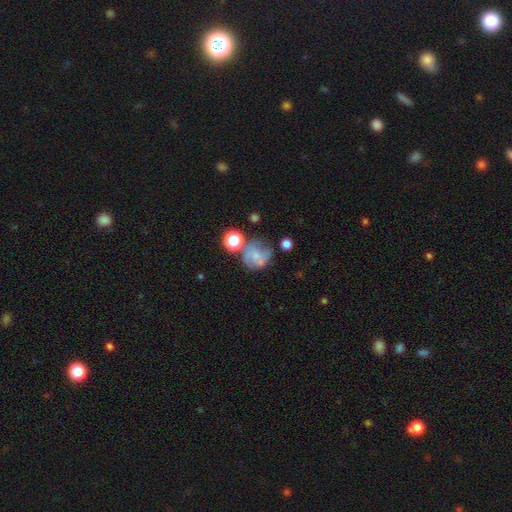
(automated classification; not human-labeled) smooth-or-featured: smooth: 48% | featured or disk: 39% | star or artifact: 14%
  merging: none: 43% | minor disturbance: 22% | major disturbance: 19% | merger: 16%